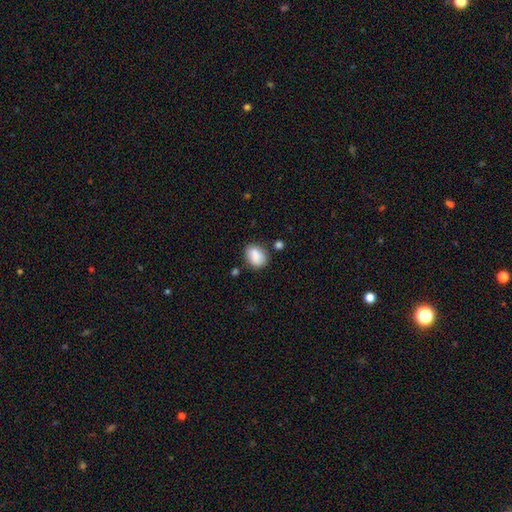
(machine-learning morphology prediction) The model was most divided on "how rounded": in between: 64%, round: 34%, cigar-shaped: 1%. More confident: smooth or featured — smooth (85%); merging — none (70%).